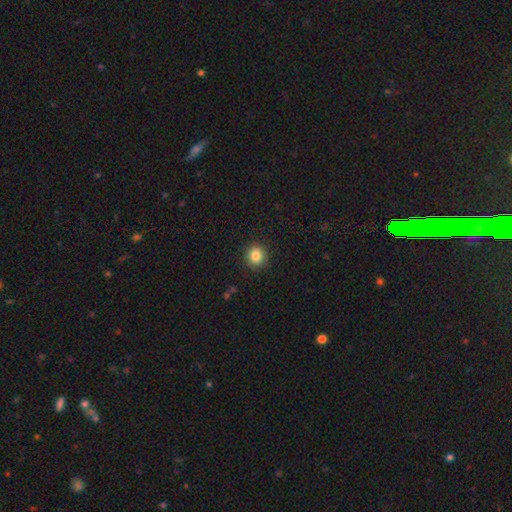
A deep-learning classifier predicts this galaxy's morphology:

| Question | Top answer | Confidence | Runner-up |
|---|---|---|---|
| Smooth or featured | smooth | 84% | star or artifact (11%) |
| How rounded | round | 88% | in between (11%) |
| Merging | none | 91% | minor disturbance (6%) |